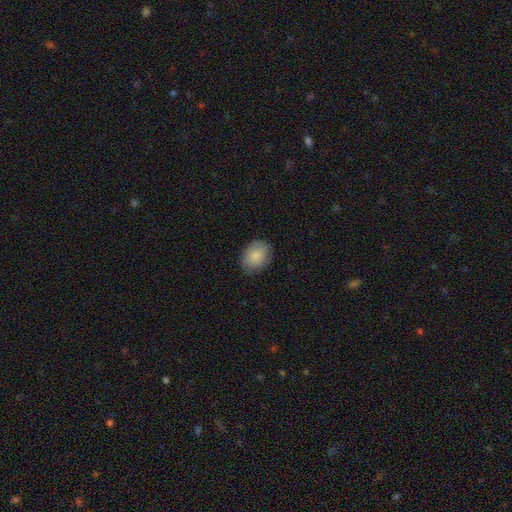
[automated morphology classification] smooth_or_featured: smooth (p=0.86) [alt: featured or disk p=0.07]
how_rounded: in between (p=0.66) [alt: round p=0.33]
merging: none (p=0.84) [alt: minor disturbance p=0.12]